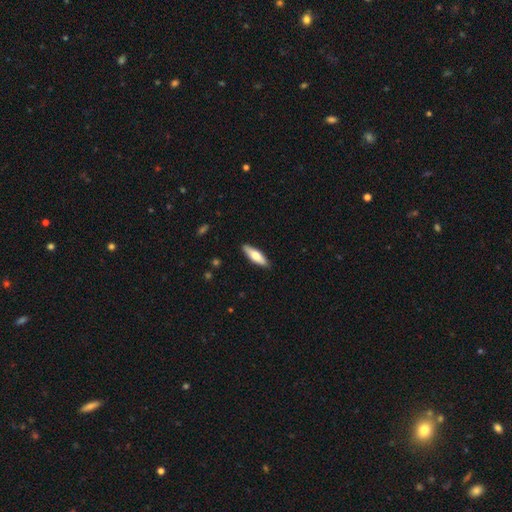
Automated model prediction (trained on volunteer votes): Q: Smooth or featured?
A: smooth (63%); runner-up: featured or disk (32%)
Q: How rounded?
A: cigar-shaped (55%); runner-up: in between (43%)
Q: Merging?
A: none (88%); runner-up: minor disturbance (9%)